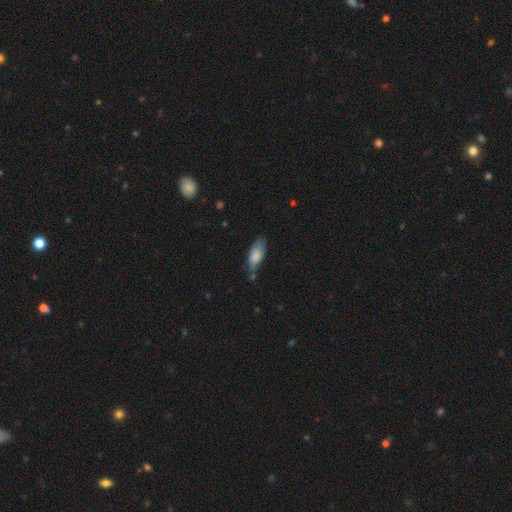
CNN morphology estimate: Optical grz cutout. It shows a smooth galaxy with no disk features (78%) that is in between round and cigar-shaped (82%). Merging: none (53%).